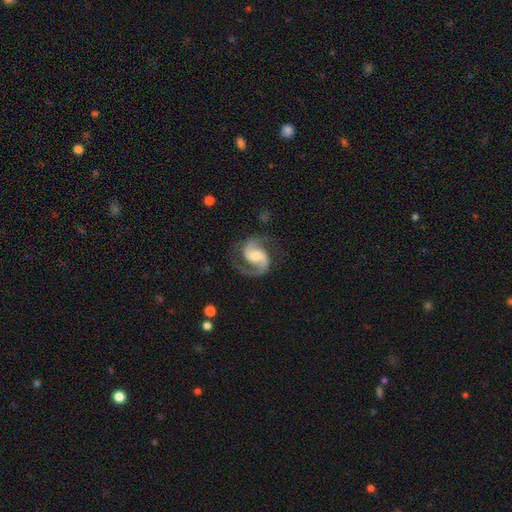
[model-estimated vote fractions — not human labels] Smooth or featured? Predicted: featured or disk (p=0.92). Edge-on disk? Predicted: no (p=0.98). Bar? Predicted: weak (p=0.43). Spiral arms? Predicted: yes (p=0.98). Spiral winding? Predicted: medium (p=0.63). Spiral arm count? Predicted: 2 (p=0.93). Bulge size? Predicted: moderate (p=0.47). Merging? Predicted: none (p=0.78).